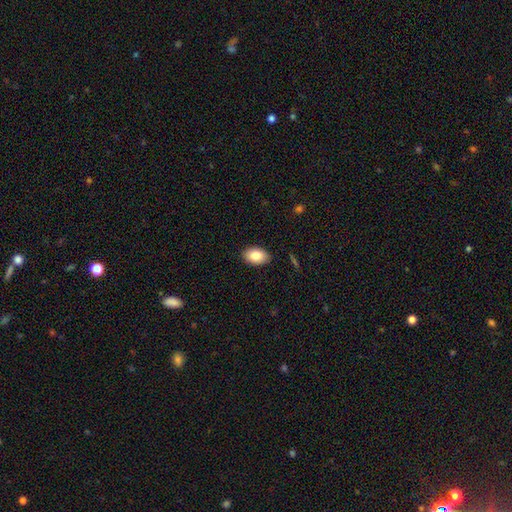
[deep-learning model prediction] smooth 84%, featured or disk 9%, star or artifact 7%. Down the decision tree: how rounded — in between (90%); merging — none (89%).